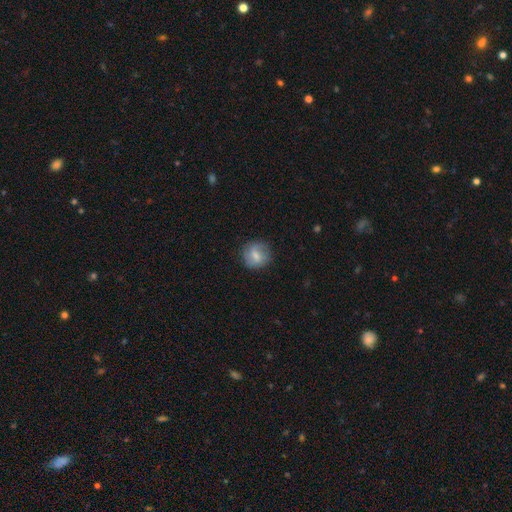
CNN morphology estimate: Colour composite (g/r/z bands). It shows a smooth galaxy with no disk features (61%) that is round (85%). Merging: none (79%).